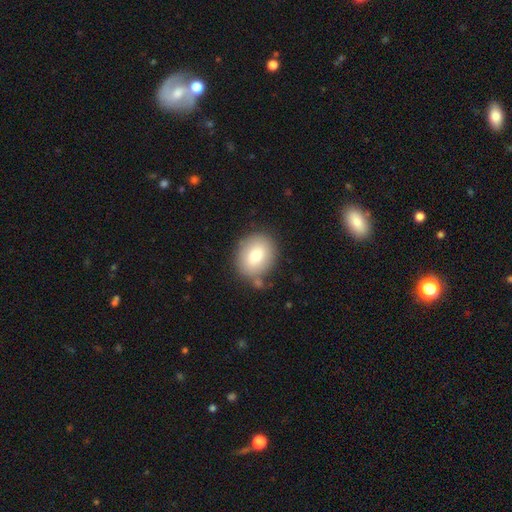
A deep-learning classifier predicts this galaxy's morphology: A smooth galaxy with no disk features (77%) that is round (56%).

Vote fractions:
- Smooth or featured? smooth: 77% / featured or disk: 15% / star or artifact: 8%
- How rounded? round: 56% / in between: 43% / cigar-shaped: 1%
- Merging? none: 79% / minor disturbance: 12% / merger: 6% / major disturbance: 4%